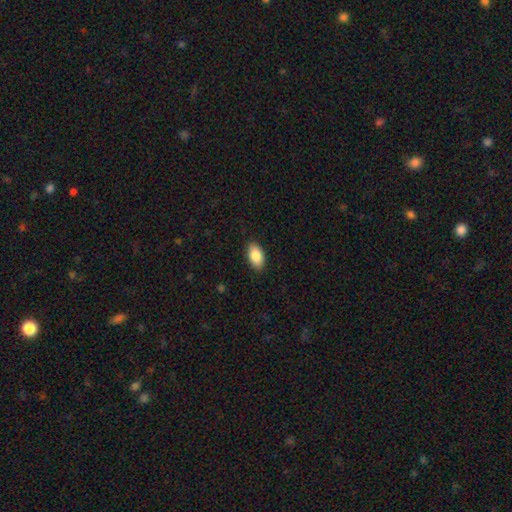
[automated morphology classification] Smooth or featured: smooth — 85% (featured or disk — 8%)
How rounded: in between — 94% (round — 4%)
Merging: none — 88% (minor disturbance — 9%)